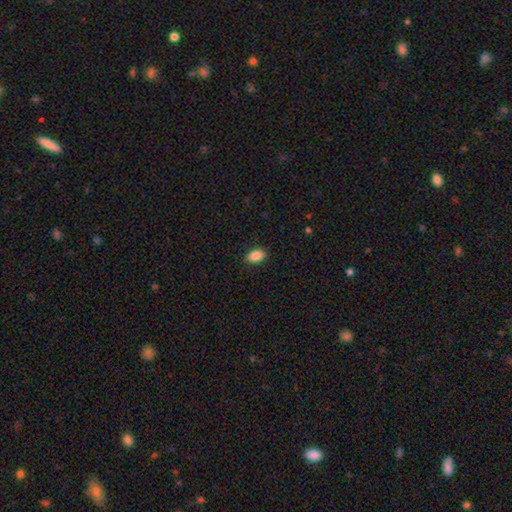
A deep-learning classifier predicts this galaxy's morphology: type=smooth (89%); roundness=in between (86%); merging=none (88%).